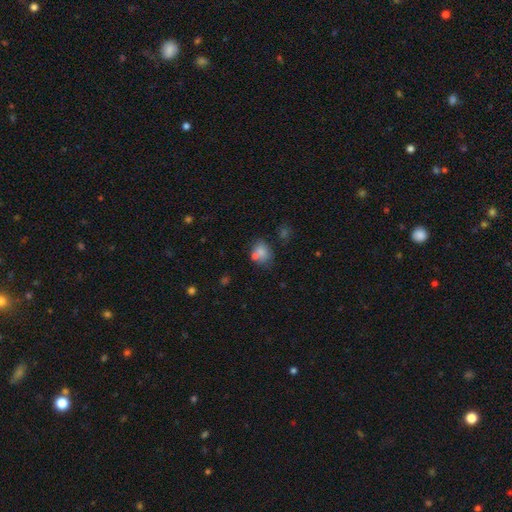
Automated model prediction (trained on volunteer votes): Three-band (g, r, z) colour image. It shows a smooth galaxy with no disk features (56%) that is round (64%). Merging: none (68%).